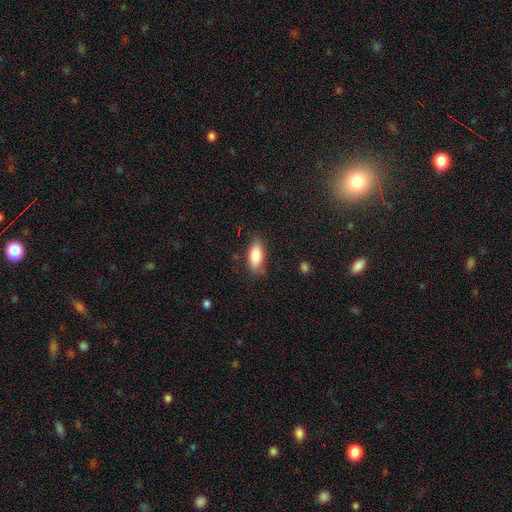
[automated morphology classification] Smooth or featured: smooth — 82% (featured or disk — 11%)
How rounded: in between — 84% (cigar-shaped — 13%)
Merging: none — 80% (minor disturbance — 15%)